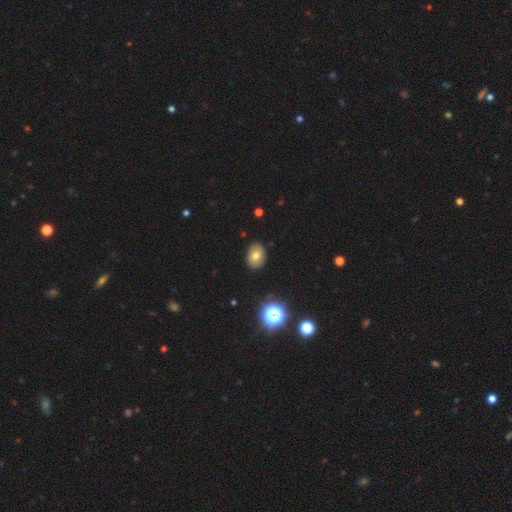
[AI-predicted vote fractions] This is likely a smooth galaxy (71%). How rounded: likely in between (65%). Merging: clearly none (88%).